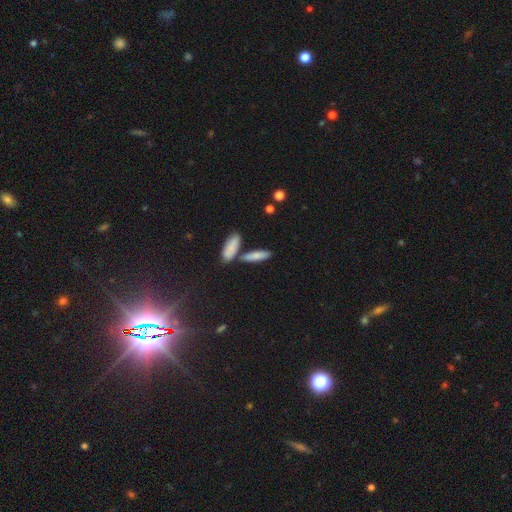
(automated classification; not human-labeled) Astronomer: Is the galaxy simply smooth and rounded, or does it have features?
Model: smooth — 76%.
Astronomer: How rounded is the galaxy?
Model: cigar-shaped — 55% (runner-up: in between, 42%).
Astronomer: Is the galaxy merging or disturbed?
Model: none — 66%.